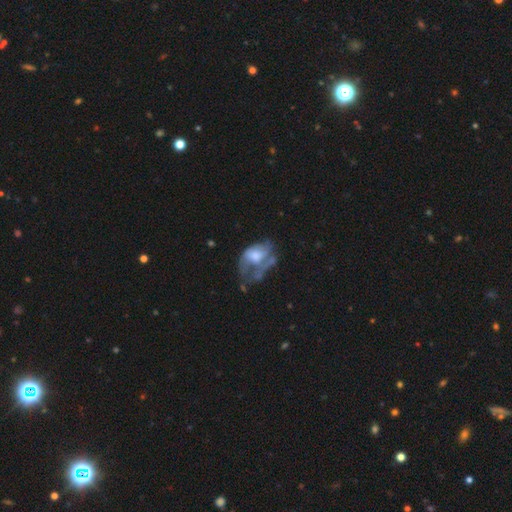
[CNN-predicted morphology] This is possibly a featured or disk galaxy (52%). It is clearly not viewed edge-on (96%). Merging: possibly major disturbance (48%).